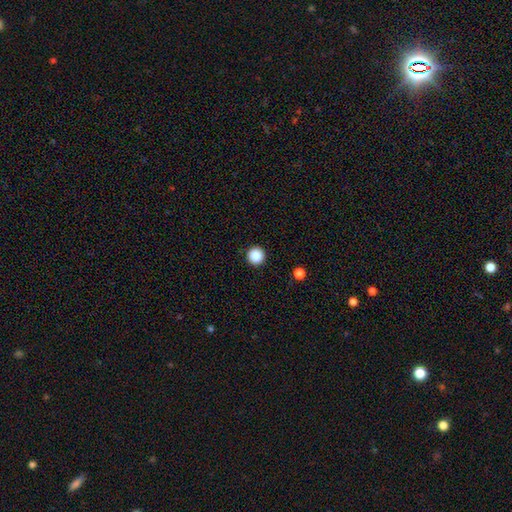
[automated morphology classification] Smooth or featured? smooth (88%)
How rounded? round (97%)
Merging? none (93%)